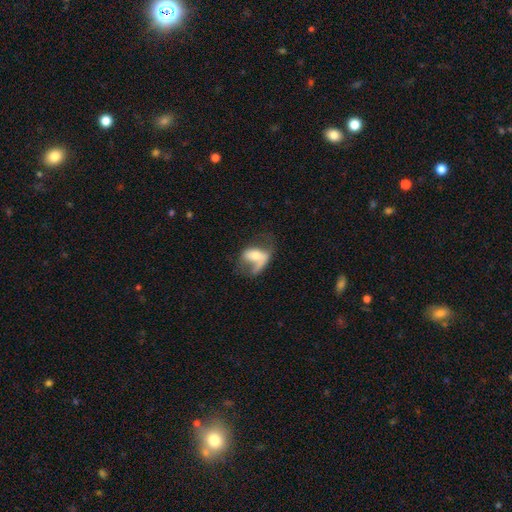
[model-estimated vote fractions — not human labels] Smooth or featured: smooth — 48% (featured or disk — 44%)
Merging: major disturbance — 48% (none — 21%)